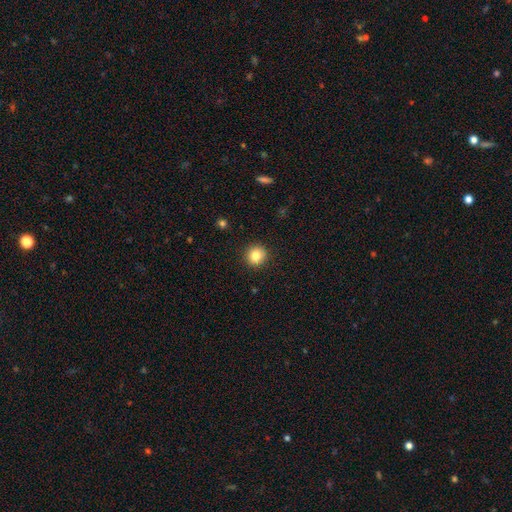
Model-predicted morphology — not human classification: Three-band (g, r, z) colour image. It shows a smooth galaxy with no disk features (83%) that is round (91%). Merging: none (92%).